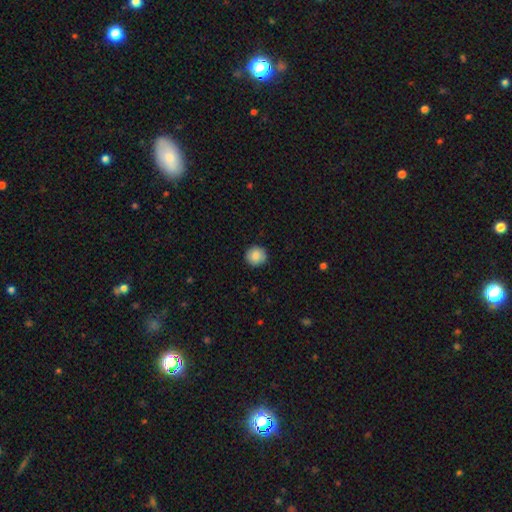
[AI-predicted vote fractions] Smooth or featured: smooth — 86% (star or artifact — 8%)
How rounded: round — 91% (in between — 8%)
Merging: none — 89% (minor disturbance — 8%)